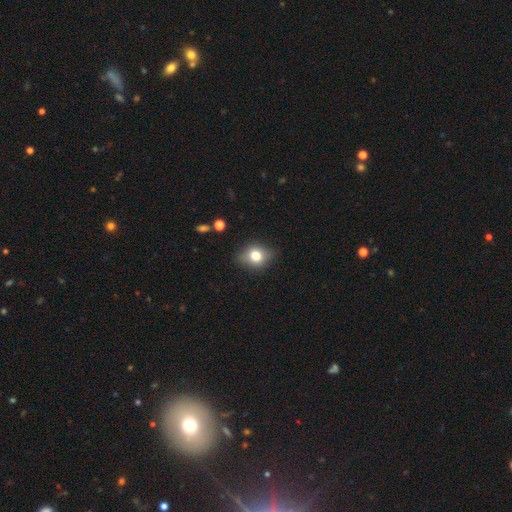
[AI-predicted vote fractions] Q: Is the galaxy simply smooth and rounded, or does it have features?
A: smooth — 74%.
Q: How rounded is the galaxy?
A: round — 52%.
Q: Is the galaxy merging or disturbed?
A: none — 79%.